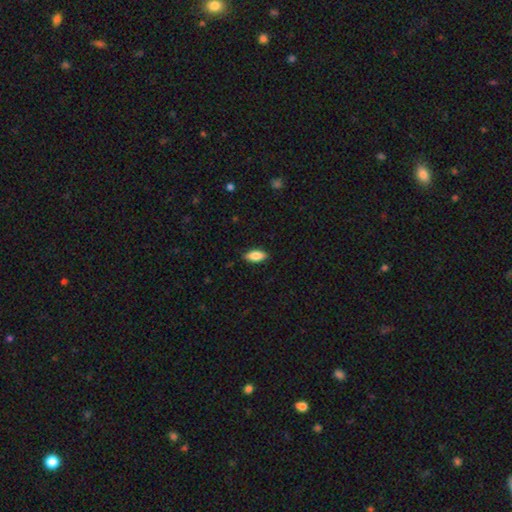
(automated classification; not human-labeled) smooth-or-featured: smooth: 82% | featured or disk: 12% | star or artifact: 7%
  how-rounded: in between: 86% | cigar-shaped: 12% | round: 3%
  merging: none: 87% | minor disturbance: 10% | major disturbance: 2% | merger: 1%